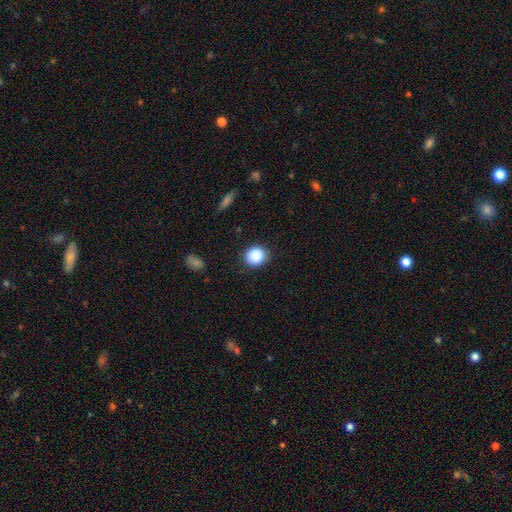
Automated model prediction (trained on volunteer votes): A smooth galaxy with no disk features (87%) that is round (80%).

Vote fractions:
- Smooth or featured? smooth: 87% / star or artifact: 9% / featured or disk: 4%
- How rounded? round: 80% / in between: 19% / cigar-shaped: 1%
- Merging? none: 85% / minor disturbance: 11% / major disturbance: 3% / merger: 1%